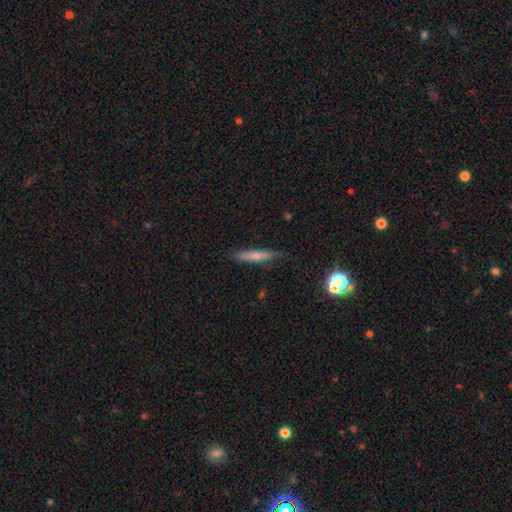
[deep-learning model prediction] smooth-or-featured: smooth: 69% | featured or disk: 23% | star or artifact: 8%
  how-rounded: cigar-shaped: 88% | in between: 11% | round: 2%
  merging: none: 80% | minor disturbance: 15% | major disturbance: 3% | merger: 1%